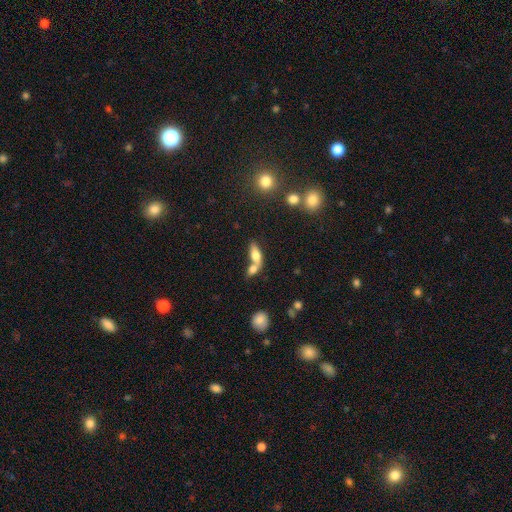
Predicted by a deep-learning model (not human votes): Overall: smooth (67%). How rounded: in between (74%). Merging: merger (66%).